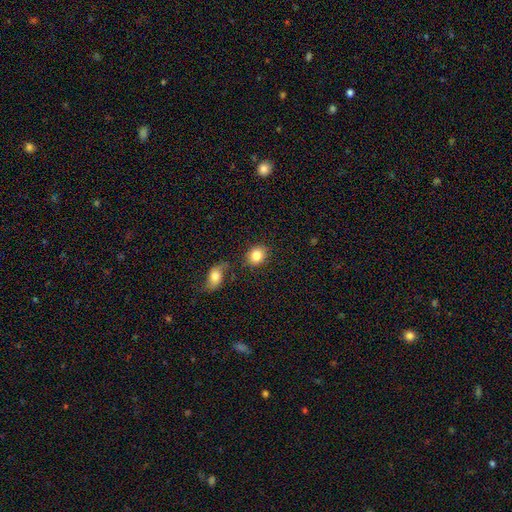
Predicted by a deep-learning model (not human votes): Morphology: type=smooth (85%); roundness=round (64%); merging=none (76%).